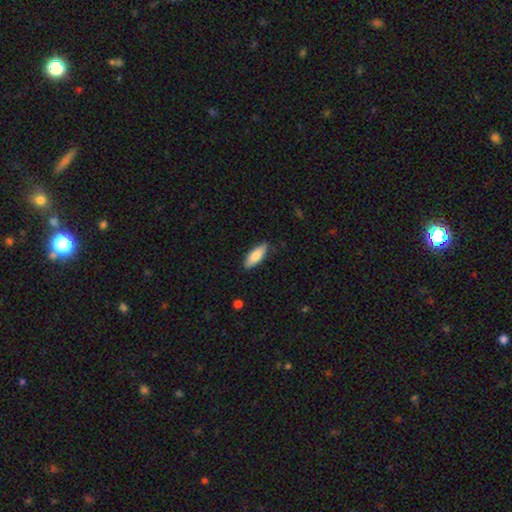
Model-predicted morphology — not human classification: smooth_or_featured: smooth (p=0.82) [alt: featured or disk p=0.13]
how_rounded: in between (p=0.63) [alt: cigar-shaped p=0.35]
merging: none (p=0.84) [alt: minor disturbance p=0.12]